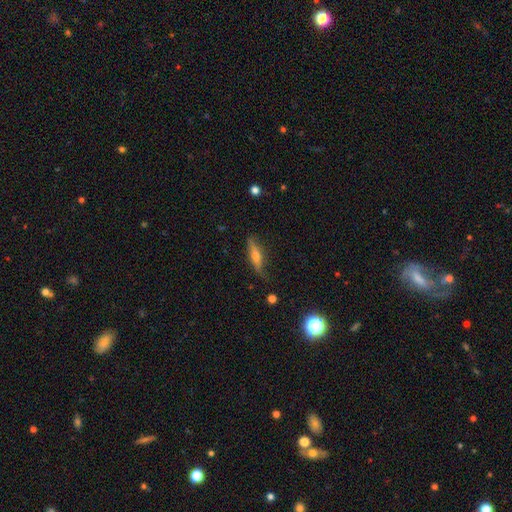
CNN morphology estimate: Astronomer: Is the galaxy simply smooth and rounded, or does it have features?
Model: featured or disk — 56% (runner-up: smooth, 35%).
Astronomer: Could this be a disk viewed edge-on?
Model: yes — 90%.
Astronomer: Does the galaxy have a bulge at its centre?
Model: rounded — 78%.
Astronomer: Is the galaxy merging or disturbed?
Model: none — 74%.